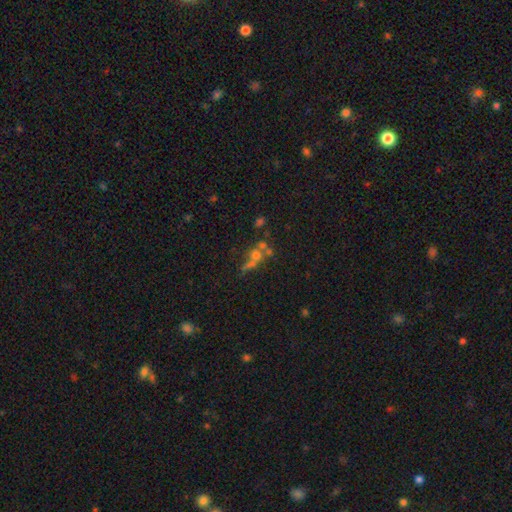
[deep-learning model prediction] This appears to be a smooth galaxy with no disk features (42%). Merging: merger (42%).